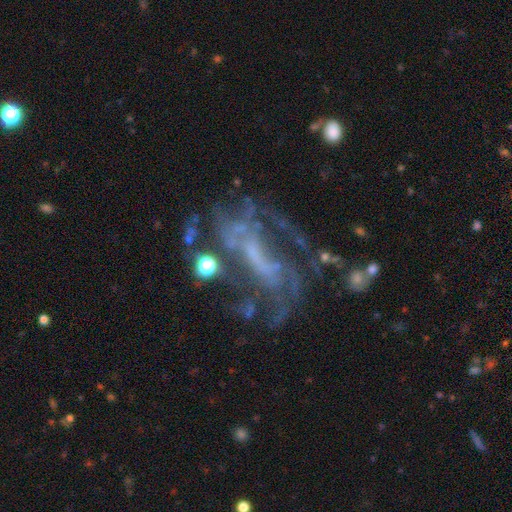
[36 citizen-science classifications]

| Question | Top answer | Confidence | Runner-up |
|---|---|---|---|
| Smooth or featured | featured or disk | 94% | smooth (3%) |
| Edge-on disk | no | 97% | yes (3%) |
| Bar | no | 45% | strong (39%) |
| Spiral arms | yes | 73% | no (27%) |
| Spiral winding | medium | 54% | loose (29%) |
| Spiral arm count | can't tell | 50% | 2 (25%) |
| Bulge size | none | 73% | small (18%) |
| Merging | none | 49% | major disturbance (34%) |